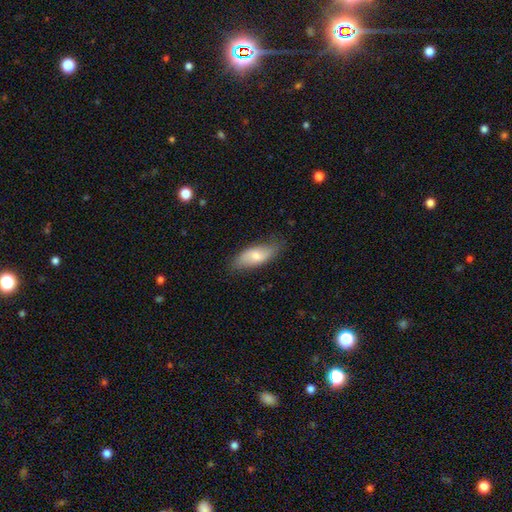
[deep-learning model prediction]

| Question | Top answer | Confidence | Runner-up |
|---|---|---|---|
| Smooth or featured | smooth | 66% | featured or disk (28%) |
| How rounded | in between | 80% | cigar-shaped (17%) |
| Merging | none | 75% | minor disturbance (20%) |